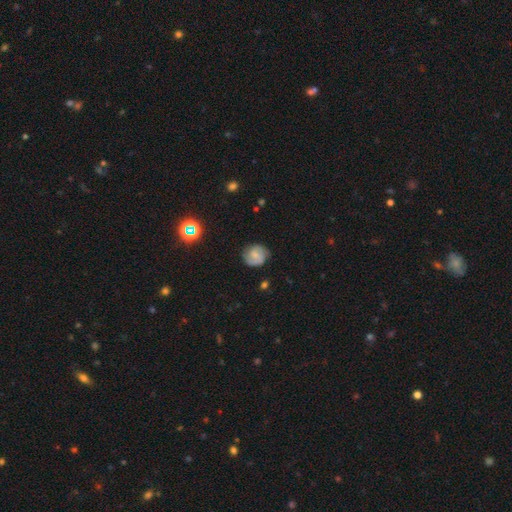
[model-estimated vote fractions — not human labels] This appears to be a featured or disk galaxy (56%) with no bar (48%), spiral arms (90%) and a small central bulge (48%). Merging: none (78%).